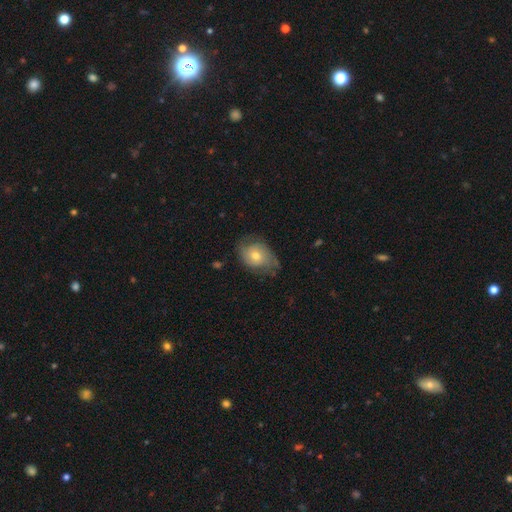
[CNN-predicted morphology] Smooth or featured?
  - featured or disk: 48% *
  - smooth: 43%
  - star or artifact: 8%
Merging?
  - none: 61% *
  - minor disturbance: 27%
  - major disturbance: 10%
  - merger: 1%